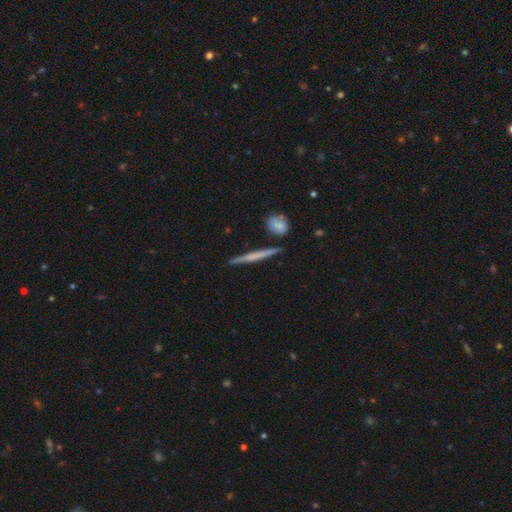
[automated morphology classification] This appears to be a featured or disk galaxy (51%) viewed edge-on (96%). Merging: none (87%).